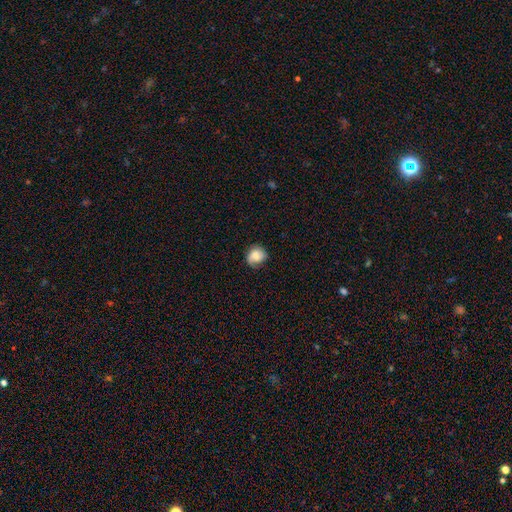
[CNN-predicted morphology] smooth 69%, featured or disk 22%, star or artifact 9%. Down the decision tree: how rounded — round (73%); merging — none (63%).